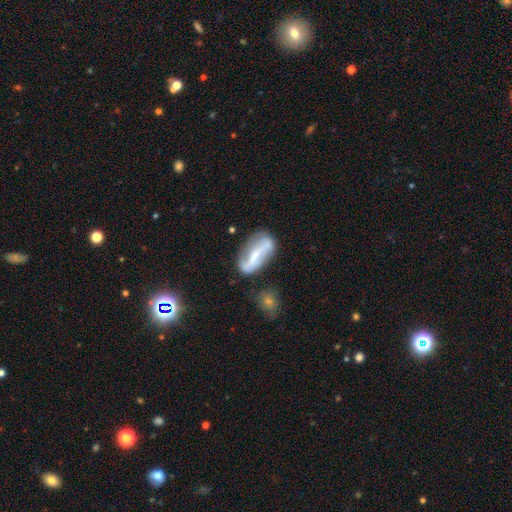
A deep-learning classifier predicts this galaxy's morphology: Overall: featured or disk (65%; smooth 28%). Edge-on disk: no (88%). Bar: strong (55%; weak 23%). Spiral arms: yes (68%; no 32%). Bulge size: small (52%; moderate 31%). Merging: none (60%; minor disturbance 23%).